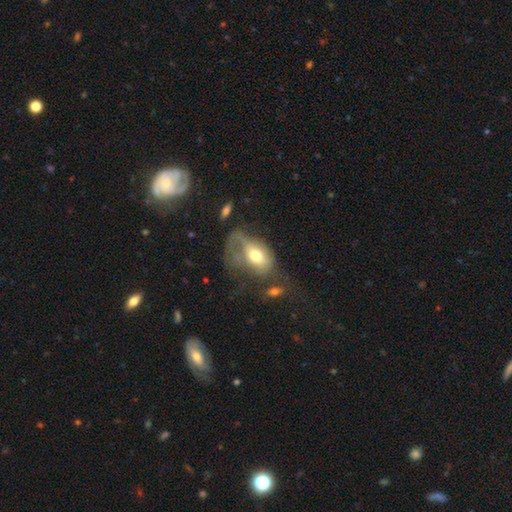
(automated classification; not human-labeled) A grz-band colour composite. It shows a smooth galaxy with no disk features (60%) that is in between round and cigar-shaped (79%). Merging: major disturbance (54%).